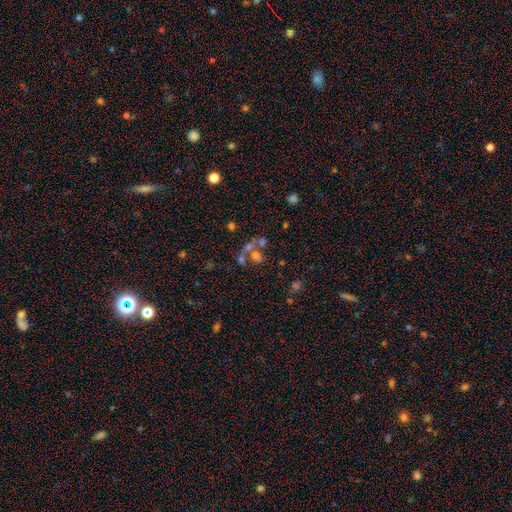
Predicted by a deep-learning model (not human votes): A smooth galaxy with no disk features (49%). Merging: merger (51%).